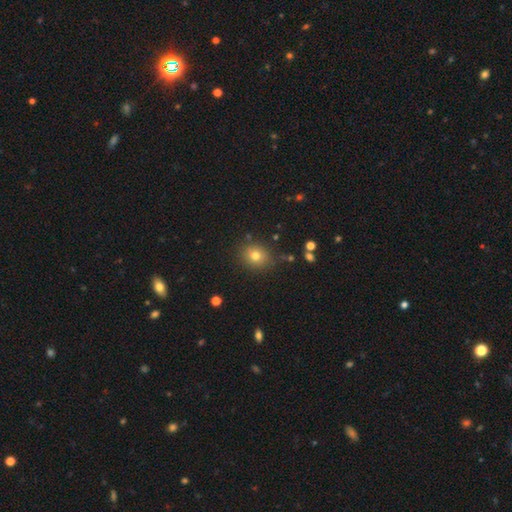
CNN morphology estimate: smooth 76%, star or artifact 15%, featured or disk 9%. Down the decision tree: how rounded — round (74%); merging — none (84%).